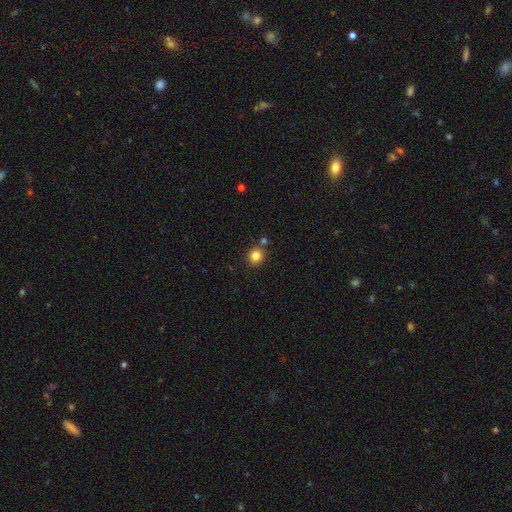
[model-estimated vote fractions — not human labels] A smooth galaxy with no disk features (84%) that is round (90%). Merging: none (81%).